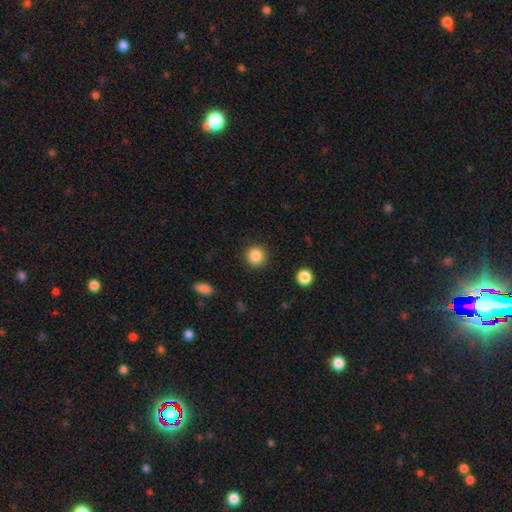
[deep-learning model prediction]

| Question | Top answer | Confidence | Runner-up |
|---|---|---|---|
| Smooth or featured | smooth | 86% | star or artifact (10%) |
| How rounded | round | 94% | in between (5%) |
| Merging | none | 91% | minor disturbance (5%) |